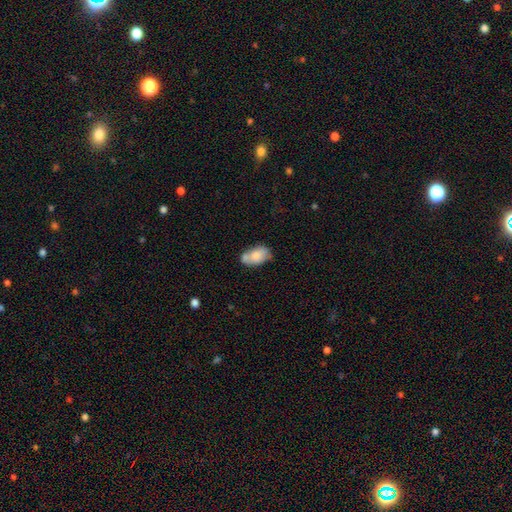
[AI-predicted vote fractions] smooth_or_featured: smooth (p=0.74) [alt: featured or disk p=0.19]
how_rounded: in between (p=0.91) [alt: round p=0.08]
merging: none (p=0.47) [alt: merger p=0.25]